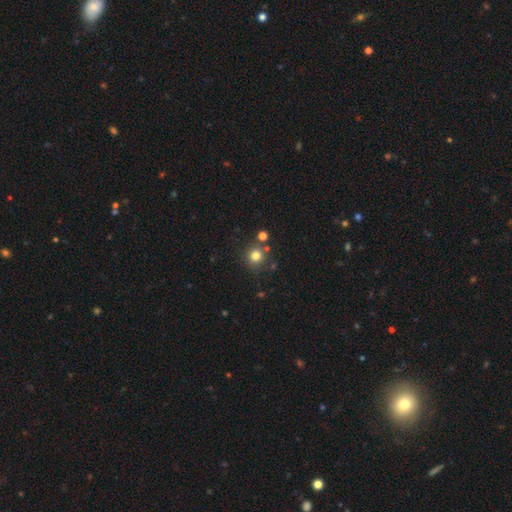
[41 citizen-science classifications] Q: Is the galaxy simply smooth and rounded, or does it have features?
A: smooth — 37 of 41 (90%).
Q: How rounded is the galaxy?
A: round — 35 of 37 (95%).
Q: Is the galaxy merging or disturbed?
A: none — 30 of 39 (77%).